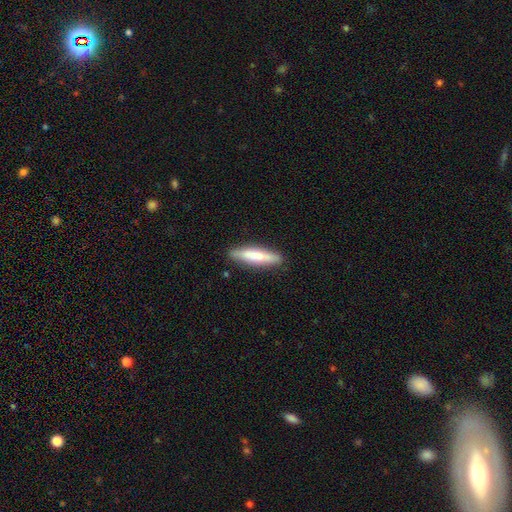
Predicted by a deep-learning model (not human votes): The model was most divided on "smooth or featured": smooth: 67%, featured or disk: 28%, star or artifact: 6%. More confident: merging — none (86%); how rounded — cigar-shaped (85%).